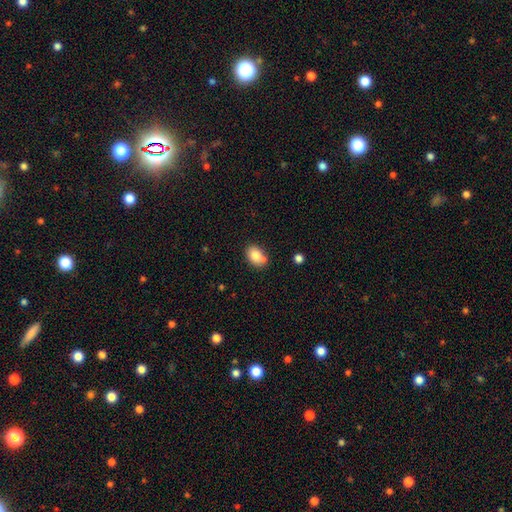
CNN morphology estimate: A smooth galaxy with no disk features (82%) that is in between round and cigar-shaped (79%).

Vote fractions:
- Smooth or featured? smooth: 82% / featured or disk: 10% / star or artifact: 8%
- How rounded? in between: 79% / round: 20% / cigar-shaped: 1%
- Merging? none: 65% / minor disturbance: 17% / merger: 15% / major disturbance: 4%